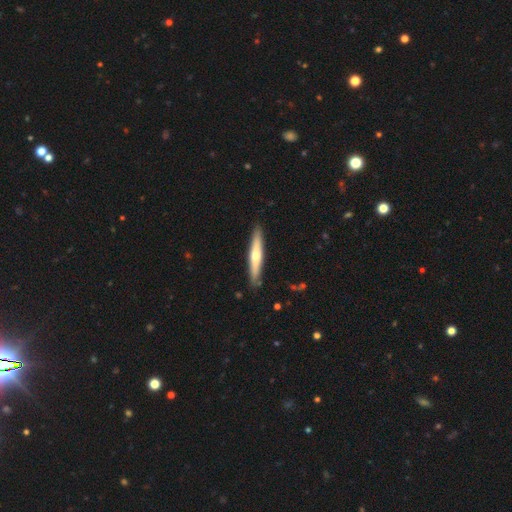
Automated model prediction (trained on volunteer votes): Smooth or featured? Predicted: smooth (p=0.48). Merging? Predicted: none (p=0.89).